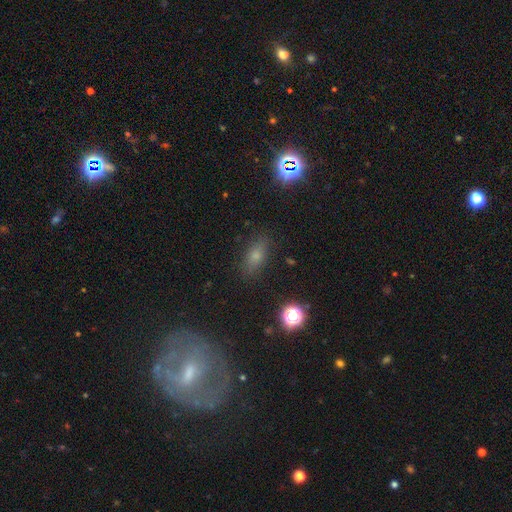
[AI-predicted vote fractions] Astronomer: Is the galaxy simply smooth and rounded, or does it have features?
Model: smooth — 66%.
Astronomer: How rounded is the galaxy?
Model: in between — 75%.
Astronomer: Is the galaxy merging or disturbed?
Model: none — 84%.